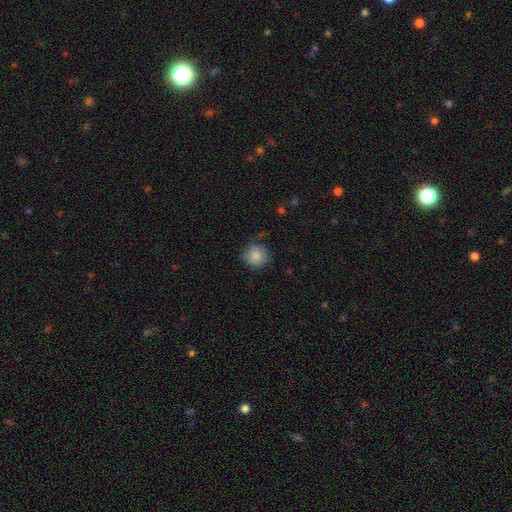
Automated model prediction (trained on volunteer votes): Smooth or featured: smooth — 86% (star or artifact — 8%)
How rounded: round — 91% (in between — 8%)
Merging: none — 82% (minor disturbance — 14%)